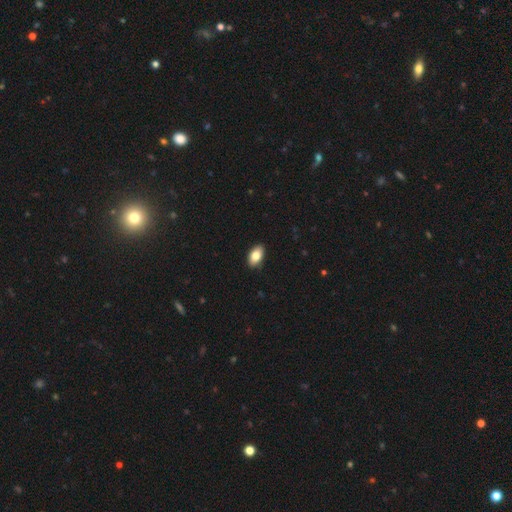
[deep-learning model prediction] smooth_or_featured: smooth (p=0.83) [alt: featured or disk p=0.10]
how_rounded: in between (p=0.93) [alt: round p=0.05]
merging: none (p=0.90) [alt: minor disturbance p=0.07]